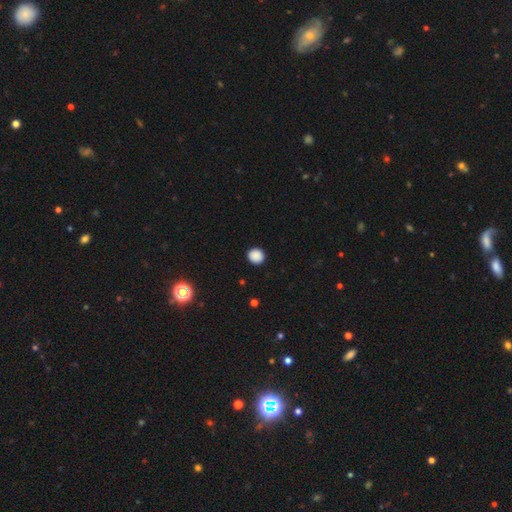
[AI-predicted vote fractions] Morphology: type=smooth (88%); roundness=round (90%); merging=none (92%).